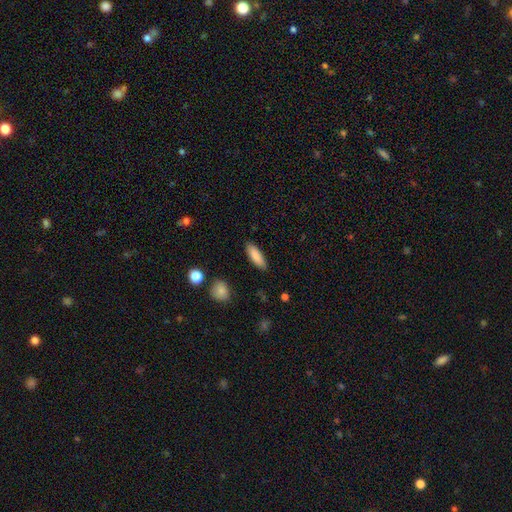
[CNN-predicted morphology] type=smooth (86%); roundness=in between (59%); merging=none (88%).